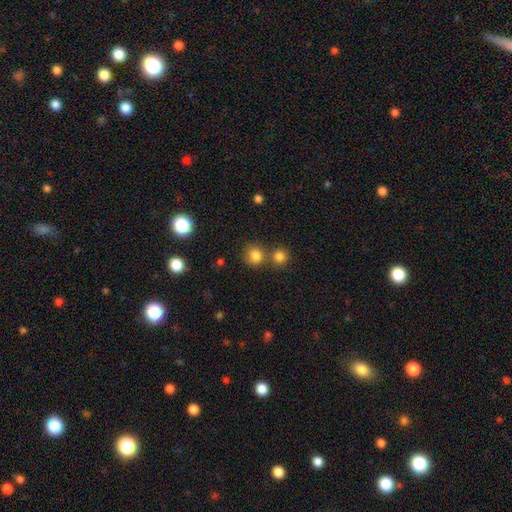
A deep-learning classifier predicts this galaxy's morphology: The model was most divided on "merging": none: 64%, merger: 24%, minor disturbance: 8%, major disturbance: 3%. More confident: how rounded — round (85%); smooth or featured — smooth (79%).